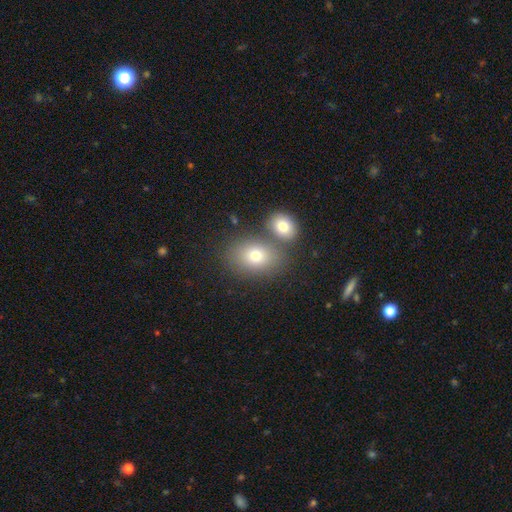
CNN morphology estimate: smooth-or-featured: smooth: 75% | featured or disk: 14% | star or artifact: 11%
  how-rounded: in between: 69% | round: 30% | cigar-shaped: 1%
  merging: none: 59% | merger: 27% | minor disturbance: 10% | major disturbance: 4%